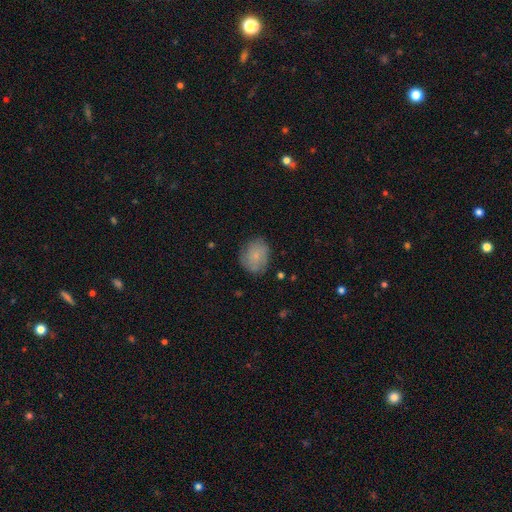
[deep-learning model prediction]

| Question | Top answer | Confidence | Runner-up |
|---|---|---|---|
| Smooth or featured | smooth | 73% | featured or disk (19%) |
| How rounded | round | 58% | in between (41%) |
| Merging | none | 75% | minor disturbance (19%) |